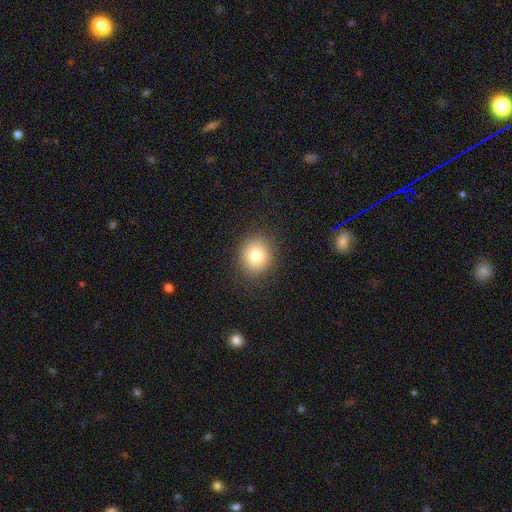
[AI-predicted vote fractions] Smooth or featured? Predicted: smooth (p=0.80). How rounded? Predicted: round (p=0.82). Merging? Predicted: none (p=0.88).